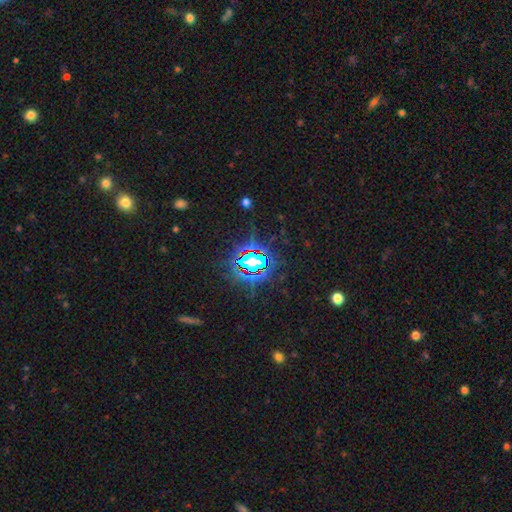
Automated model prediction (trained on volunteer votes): Smooth or featured? star or artifact (82%)